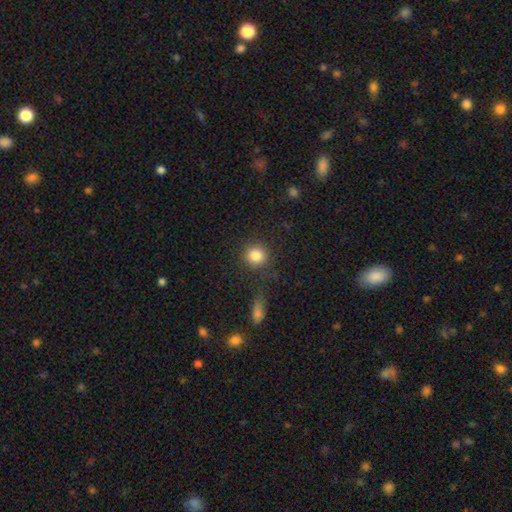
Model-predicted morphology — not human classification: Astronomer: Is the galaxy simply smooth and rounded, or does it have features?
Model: smooth — 85%.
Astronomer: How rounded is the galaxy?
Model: round — 91%.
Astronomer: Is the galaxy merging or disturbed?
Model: none — 82%.